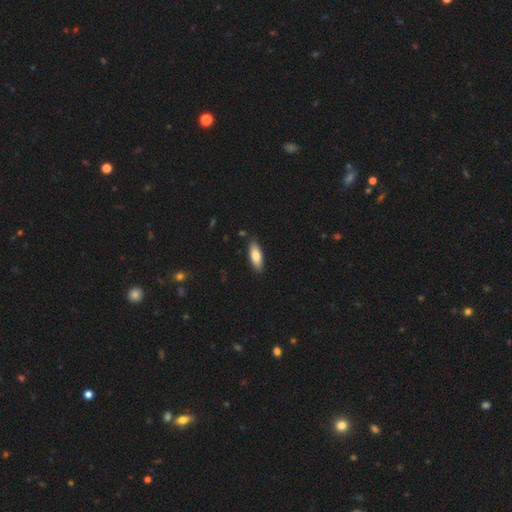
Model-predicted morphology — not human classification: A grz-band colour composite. It shows a smooth galaxy with no disk features (79%) that is in between round and cigar-shaped (66%). Merging: none (86%).